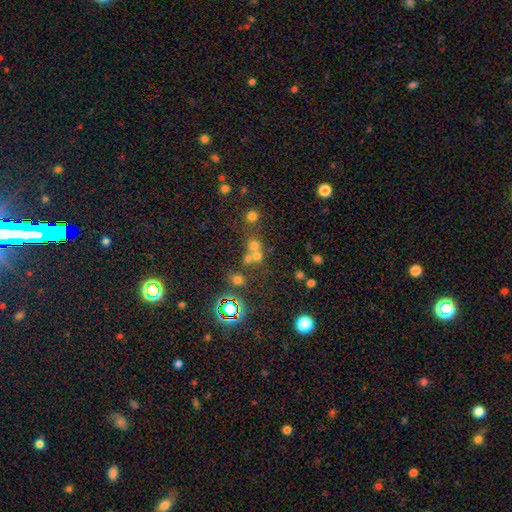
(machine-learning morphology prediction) The model was most divided on "smooth or featured": smooth: 46%, star or artifact: 39%, featured or disk: 15%. Remaining: merging — none (49%).